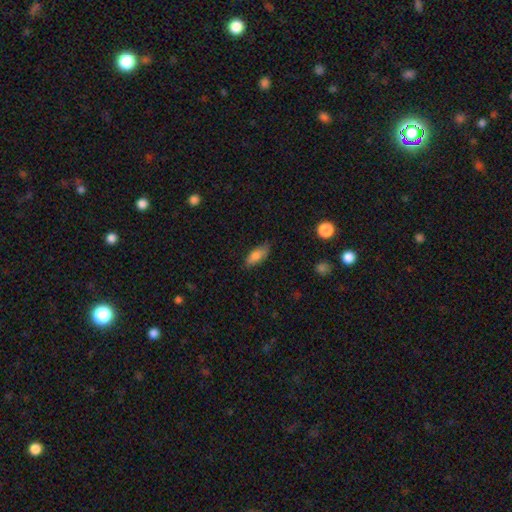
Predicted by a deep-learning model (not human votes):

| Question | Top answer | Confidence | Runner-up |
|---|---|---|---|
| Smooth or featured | smooth | 81% | featured or disk (12%) |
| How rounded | in between | 77% | cigar-shaped (21%) |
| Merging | none | 76% | minor disturbance (19%) |